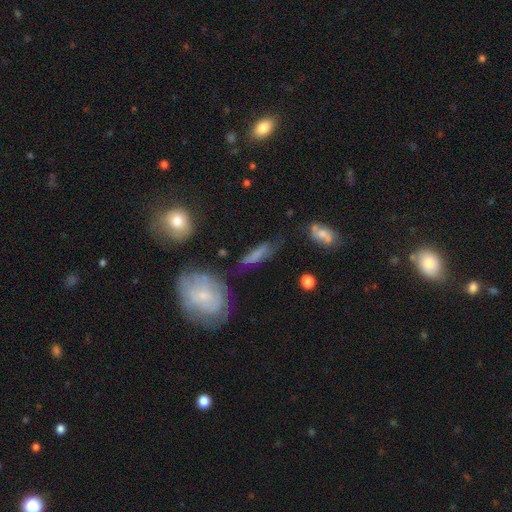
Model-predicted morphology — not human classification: smooth 52%, featured or disk 35%, star or artifact 12%. Down the decision tree: how rounded — cigar-shaped (59%); merging — none (57%).